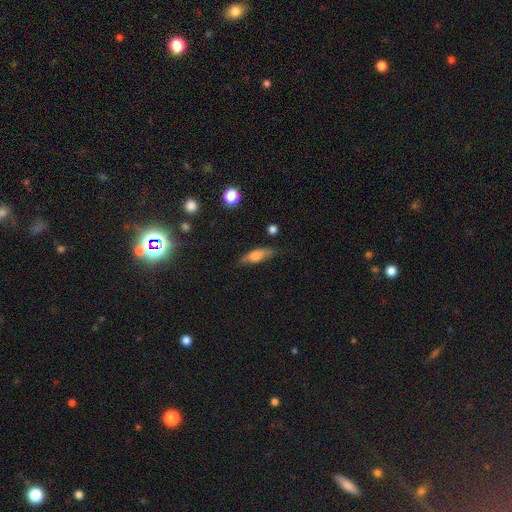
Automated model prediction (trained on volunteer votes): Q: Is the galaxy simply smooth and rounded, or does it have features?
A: smooth — 62%.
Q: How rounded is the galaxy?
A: in between — 53%.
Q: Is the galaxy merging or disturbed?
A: none — 76%.